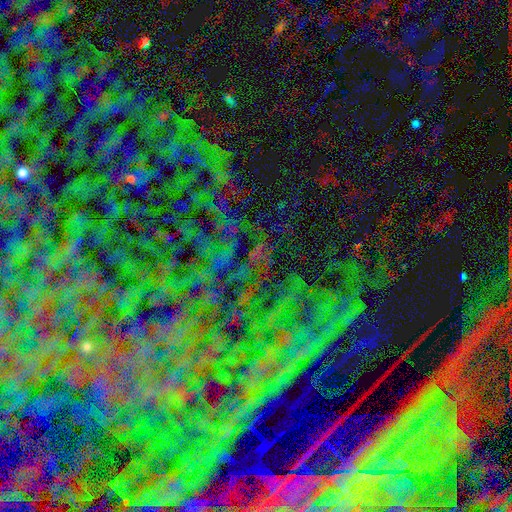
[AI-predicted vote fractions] The model was most divided on "smooth or featured": star or artifact: 82%, featured or disk: 10%, smooth: 8%.